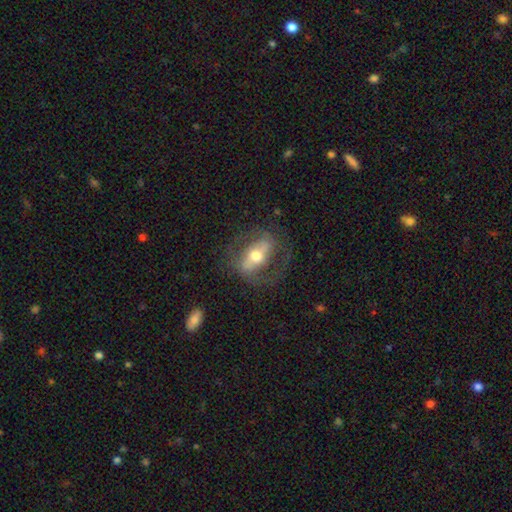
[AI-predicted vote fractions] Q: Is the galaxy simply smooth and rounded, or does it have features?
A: featured or disk — 67%.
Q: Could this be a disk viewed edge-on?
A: no — 85%.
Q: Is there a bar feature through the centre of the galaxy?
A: strong — 52%.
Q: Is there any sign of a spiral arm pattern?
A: yes — 55%.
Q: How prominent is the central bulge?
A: moderate — 68%.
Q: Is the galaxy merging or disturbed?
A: none — 65%.